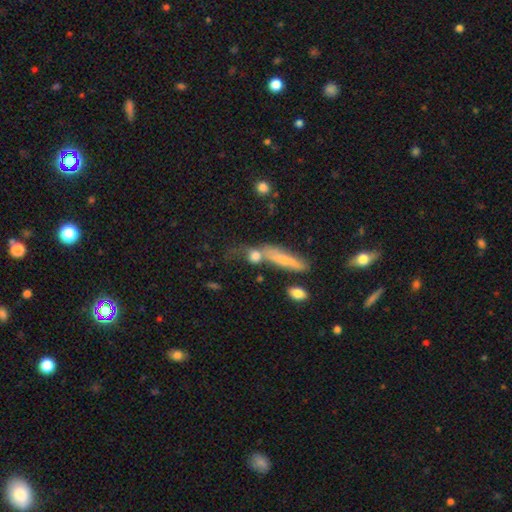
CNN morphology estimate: smooth_or_featured: smooth (p=0.70) [alt: featured or disk p=0.19]
how_rounded: round (p=0.40) [alt: in between p=0.37]
merging: merger (p=0.36) [tied with: none p=0.36]